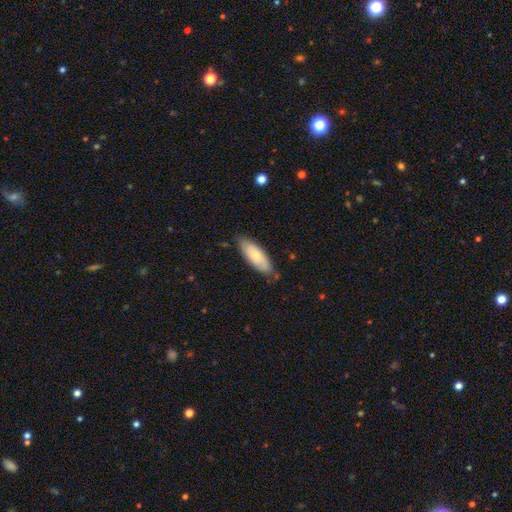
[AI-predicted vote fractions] The model was most divided on "how rounded": in between: 70%, cigar-shaped: 28%, round: 2%. More confident: merging — none (77%); smooth or featured — smooth (71%).